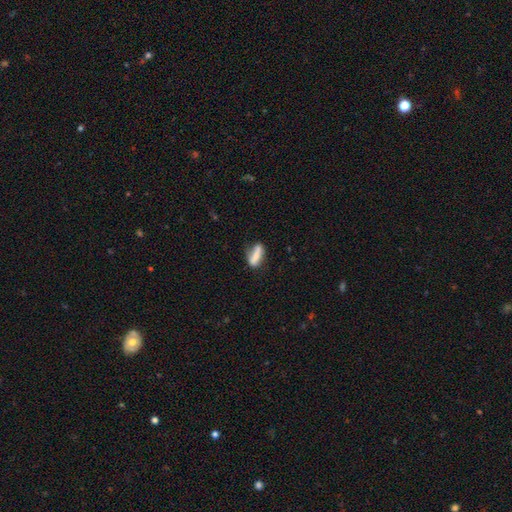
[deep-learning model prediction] smooth-or-featured: smooth: 67% | featured or disk: 25% | star or artifact: 8%
  how-rounded: in between: 55% | cigar-shaped: 40% | round: 4%
  merging: none: 52% | minor disturbance: 26% | major disturbance: 12% | merger: 10%